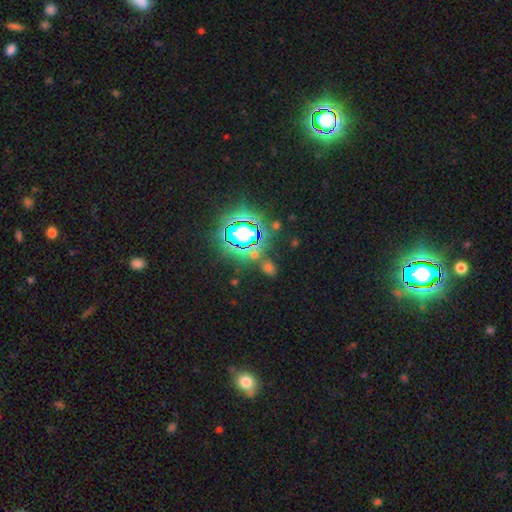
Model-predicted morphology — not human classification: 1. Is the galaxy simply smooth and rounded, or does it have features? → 78% star or artifact, 14% smooth, 8% featured or disk.